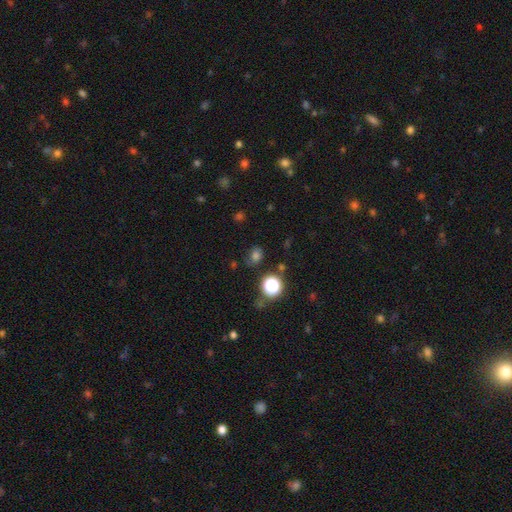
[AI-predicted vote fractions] Q: Smooth or featured?
A: smooth (69%); runner-up: star or artifact (24%)
Q: How rounded?
A: round (56%); runner-up: in between (42%)
Q: Merging?
A: none (75%); runner-up: minor disturbance (15%)